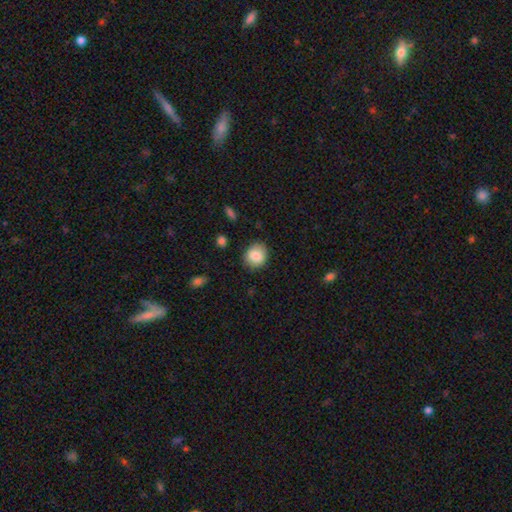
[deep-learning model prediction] This is clearly a smooth galaxy (84%). How rounded: likely round (71%). Merging: clearly none (83%).